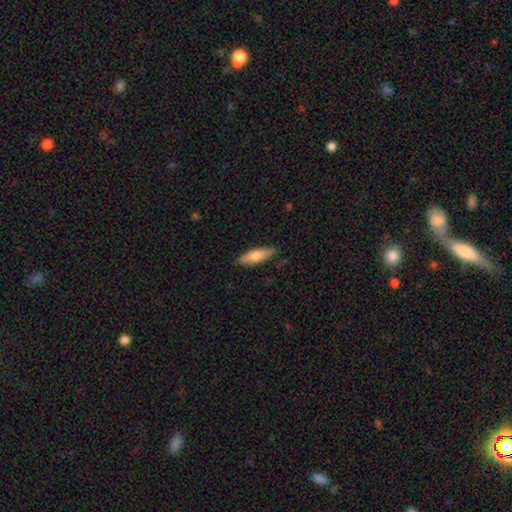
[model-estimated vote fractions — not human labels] Q: Smooth or featured?
A: smooth (76%); runner-up: featured or disk (18%)
Q: How rounded?
A: in between (51%); runner-up: cigar-shaped (47%)
Q: Merging?
A: none (83%); runner-up: minor disturbance (14%)